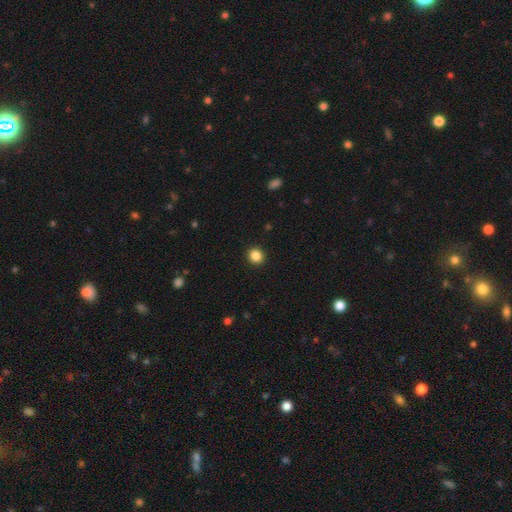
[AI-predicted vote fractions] A smooth galaxy with no disk features (86%) that is round (91%). Merging: none (93%).